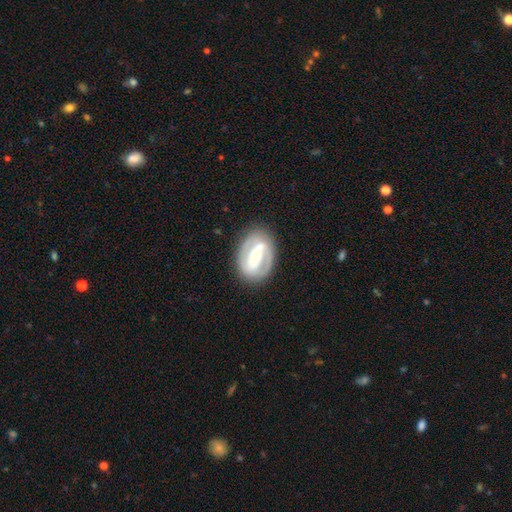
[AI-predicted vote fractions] A featured or disk galaxy (81%) with a strong bar (52%), 2 (82%) tight (45%) spiral arms (80%) and a moderate central bulge (51%).

Vote fractions:
- Smooth or featured? featured or disk: 81% / smooth: 15% / star or artifact: 5%
- Edge-on disk? no: 96% / yes: 4%
- Bar? strong: 52% / weak: 29% / no: 19%
- Spiral arms? yes: 80% / no: 20%
- Spiral winding? tight: 45% / medium: 40% / loose: 15%
- Spiral arm count? 2: 82% / can't tell: 10% / 1: 4% / 3: 2% / 4: 1% / more than 4: 1%
- Bulge size? moderate: 51% / small: 42% / large: 5% / none: 1% / dominant: 1%
- Merging? none: 81% / minor disturbance: 12% / major disturbance: 5% / merger: 1%